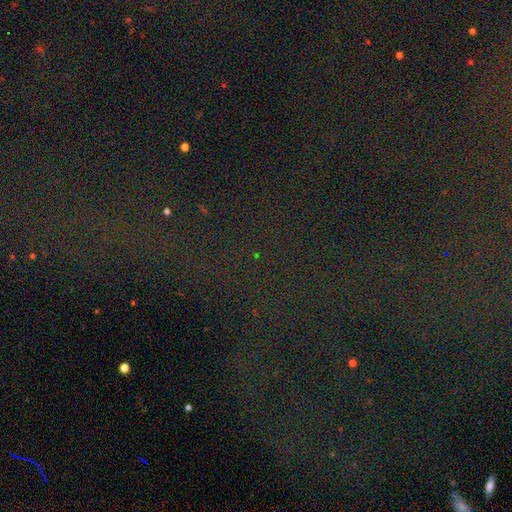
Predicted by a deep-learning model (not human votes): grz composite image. It shows a star or artifact, not a galaxy (83%).